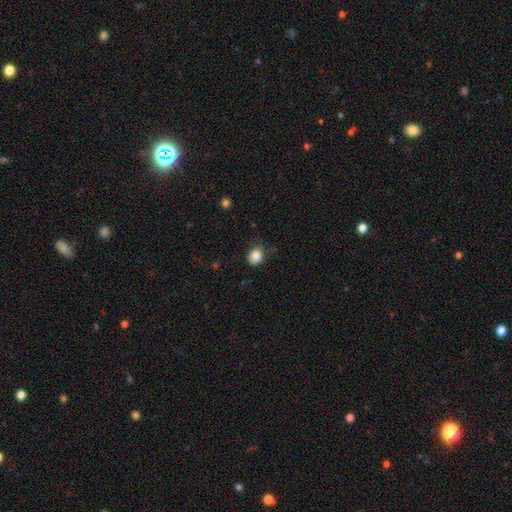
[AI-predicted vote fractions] smooth-or-featured: smooth: 84% | star or artifact: 10% | featured or disk: 5%
  how-rounded: round: 62% | in between: 37% | cigar-shaped: 1%
  merging: none: 74% | minor disturbance: 21% | major disturbance: 4% | merger: 1%